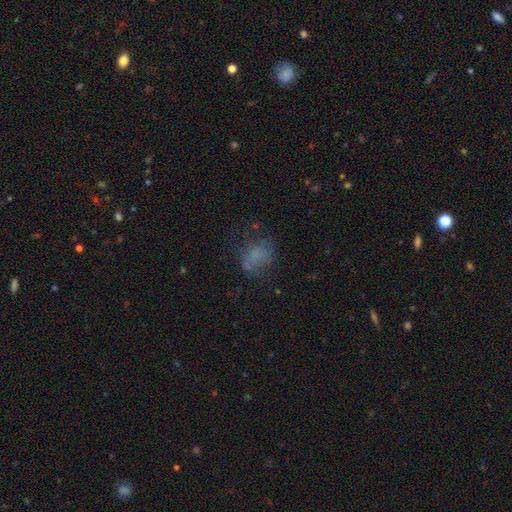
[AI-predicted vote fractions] A smooth galaxy with no disk features (58%) that is in between round and cigar-shaped (58%).

Vote fractions:
- Smooth or featured? smooth: 58% / featured or disk: 24% / star or artifact: 18%
- How rounded? in between: 58% / round: 40% / cigar-shaped: 2%
- Merging? none: 51% / minor disturbance: 22% / major disturbance: 22% / merger: 5%